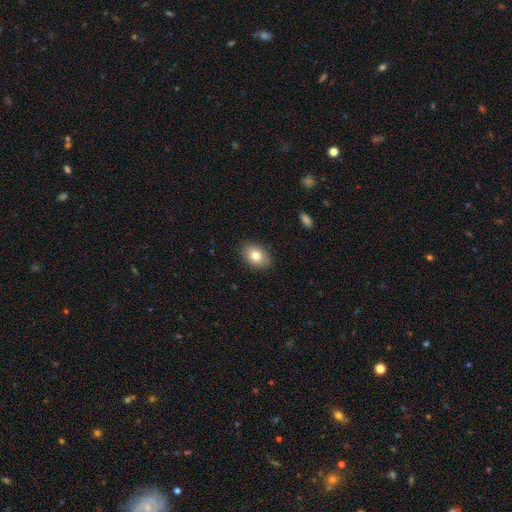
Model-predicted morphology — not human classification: smooth-or-featured: smooth: 78% | featured or disk: 13% | star or artifact: 8%
  how-rounded: in between: 81% | round: 17% | cigar-shaped: 1%
  merging: none: 88% | minor disturbance: 9% | major disturbance: 2% | merger: 1%